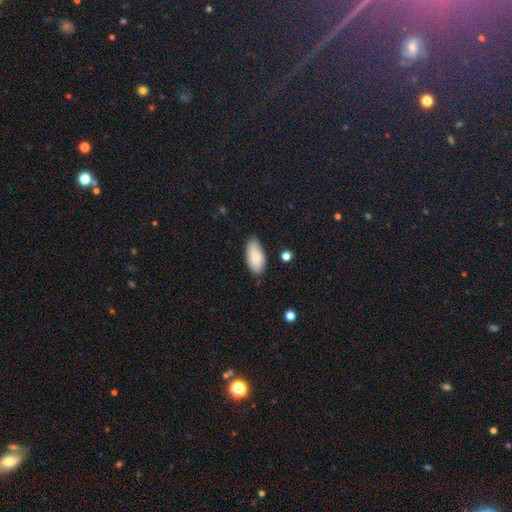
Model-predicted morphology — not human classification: type=smooth (82%); roundness=in between (93%); merging=none (79%).